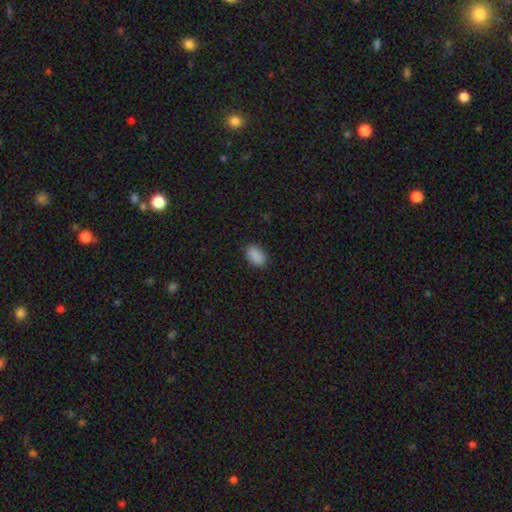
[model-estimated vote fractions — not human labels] Morphology: type=smooth (90%); roundness=in between (91%); merging=none (88%).